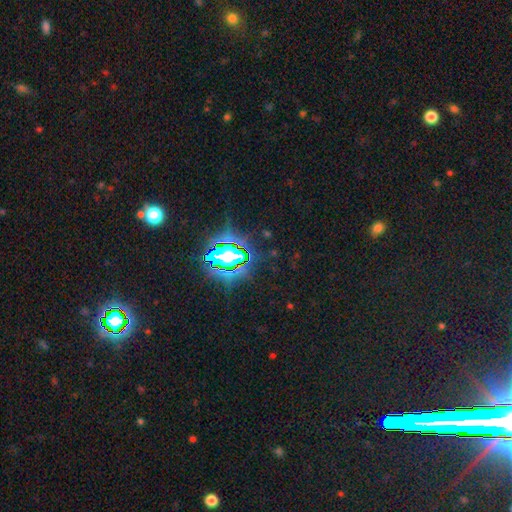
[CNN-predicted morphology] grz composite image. It shows a star or artifact, not a galaxy (82%).